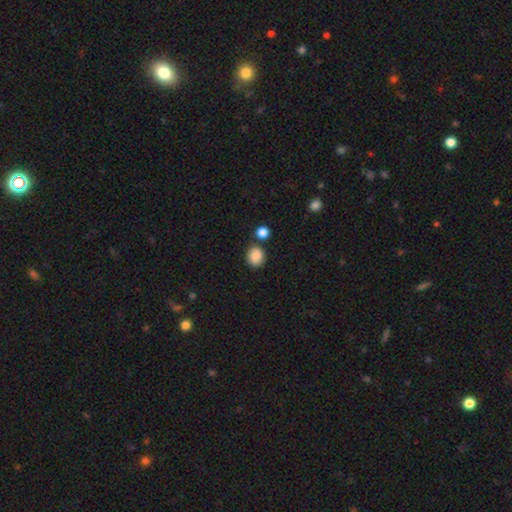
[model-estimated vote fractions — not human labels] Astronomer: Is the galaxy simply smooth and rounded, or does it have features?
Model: smooth — 87%.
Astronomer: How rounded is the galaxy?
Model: round — 72%.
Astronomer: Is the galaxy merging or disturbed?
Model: none — 75%.